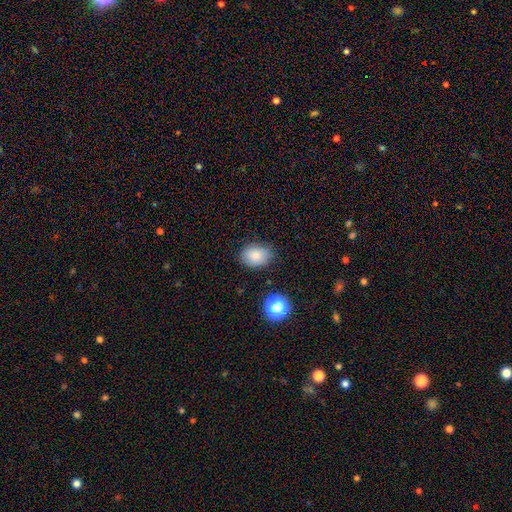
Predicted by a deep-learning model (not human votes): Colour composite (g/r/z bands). It shows a smooth galaxy with no disk features (84%) that is in between round and cigar-shaped (68%). Merging: none (76%).